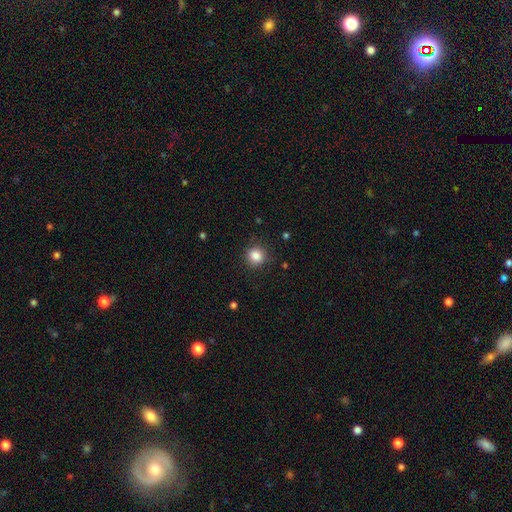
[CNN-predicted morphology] Smooth or featured? smooth (85%)
How rounded? round (88%)
Merging? none (86%)